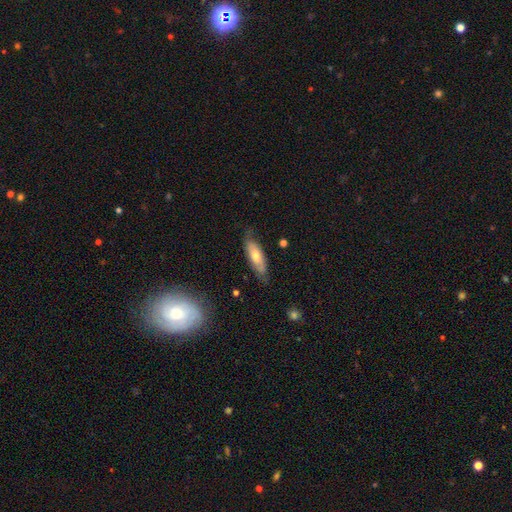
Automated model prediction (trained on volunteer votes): Smooth or featured? smooth (60%)
How rounded? in between (57%)
Merging? none (70%)